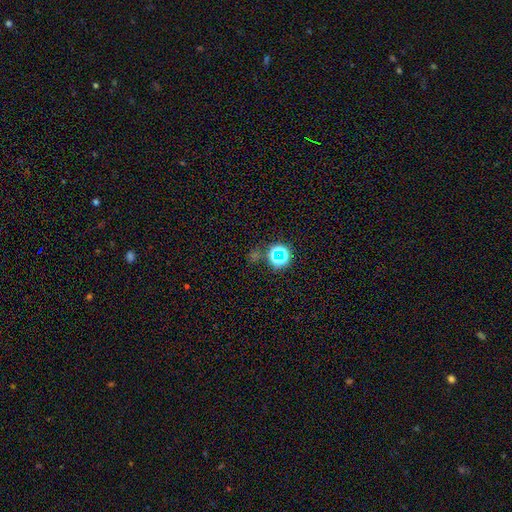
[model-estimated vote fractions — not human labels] Q: Smooth or featured?
A: star or artifact (62%); runner-up: smooth (29%)